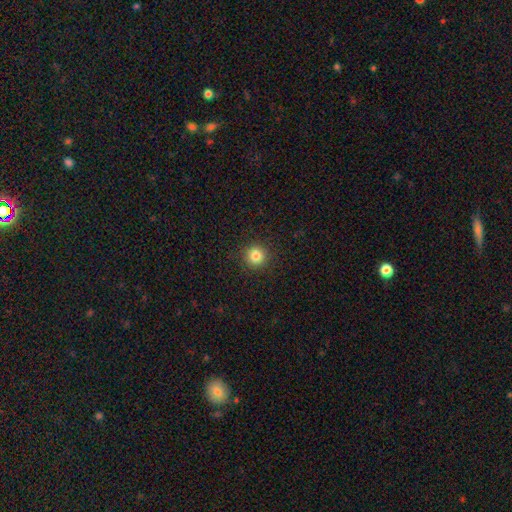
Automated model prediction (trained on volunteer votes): This appears to be a smooth galaxy with no disk features (83%) that is round (95%). Merging: none (92%).